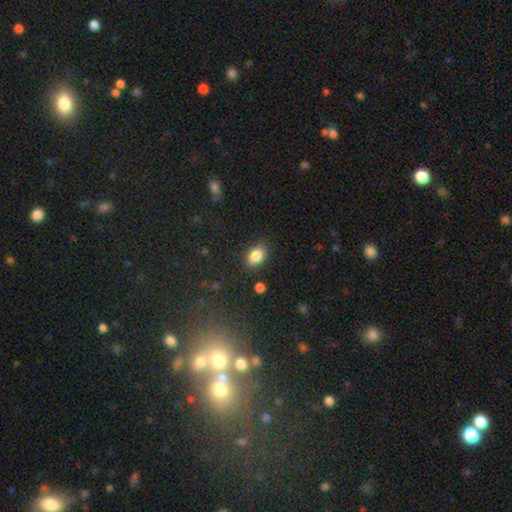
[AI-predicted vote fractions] The model was most divided on "merging": none: 83%, minor disturbance: 12%, major disturbance: 3%, merger: 2%. More confident: how rounded — in between (86%); smooth or featured — smooth (85%).